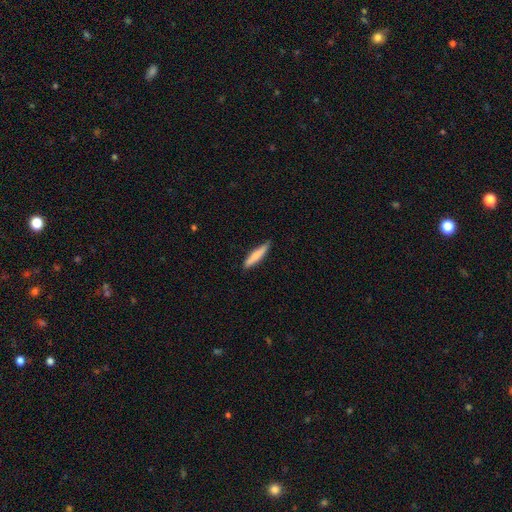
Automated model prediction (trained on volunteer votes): Smooth or featured?
  - smooth: 75% *
  - featured or disk: 19%
  - star or artifact: 5%
How rounded?
  - cigar-shaped: 89% *
  - in between: 10%
  - round: 1%
Merging?
  - none: 84% *
  - minor disturbance: 13%
  - major disturbance: 2%
  - merger: 1%